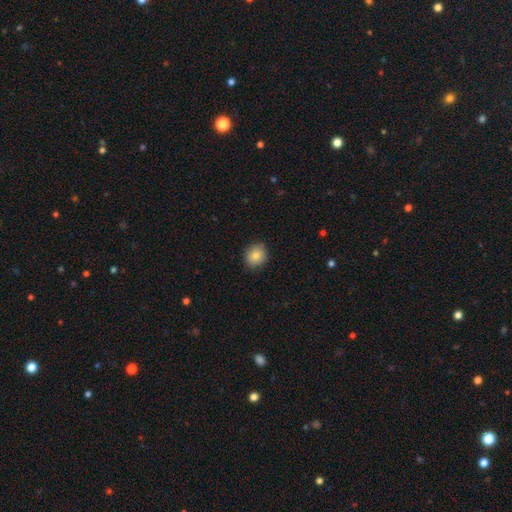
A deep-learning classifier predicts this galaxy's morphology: Smooth or featured?
  - smooth: 82% *
  - featured or disk: 9%
  - star or artifact: 9%
How rounded?
  - round: 77% *
  - in between: 22%
  - cigar-shaped: 1%
Merging?
  - none: 87% *
  - minor disturbance: 10%
  - major disturbance: 2%
  - merger: 1%